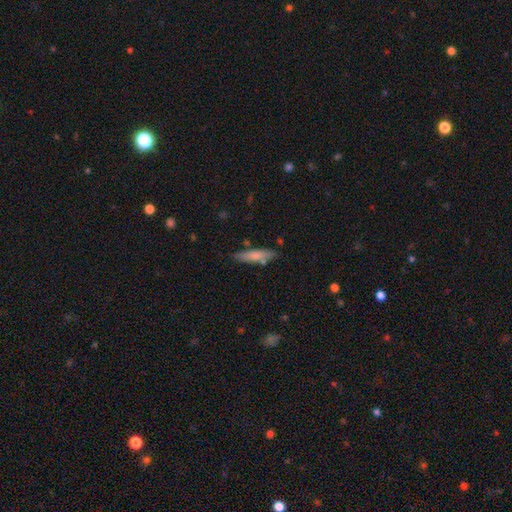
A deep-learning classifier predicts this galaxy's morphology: Overall: smooth (73%). How rounded: cigar-shaped (75%). Merging: none (79%).